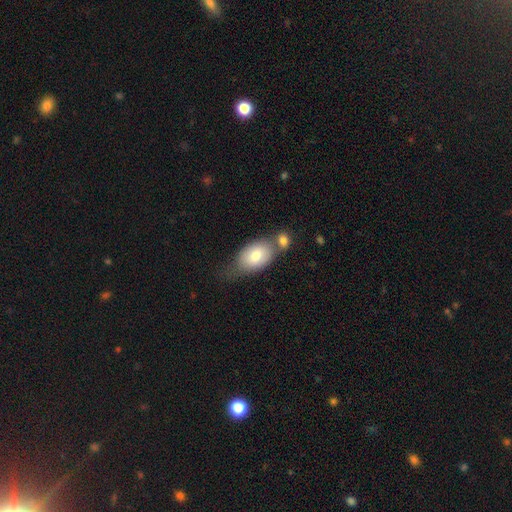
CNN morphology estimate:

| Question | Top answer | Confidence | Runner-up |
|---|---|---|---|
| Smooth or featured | smooth | 79% | featured or disk (15%) |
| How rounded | in between | 88% | round (9%) |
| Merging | merger | 38% | none (36%) |